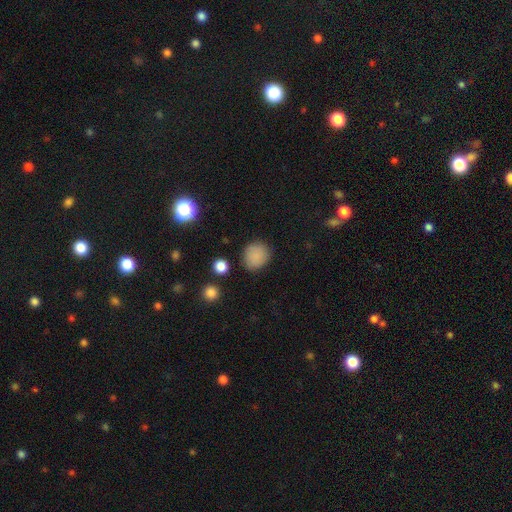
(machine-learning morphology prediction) smooth-or-featured: smooth: 86% | star or artifact: 9% | featured or disk: 5%
  how-rounded: round: 81% | in between: 18% | cigar-shaped: 1%
  merging: none: 83% | minor disturbance: 12% | major disturbance: 3% | merger: 2%